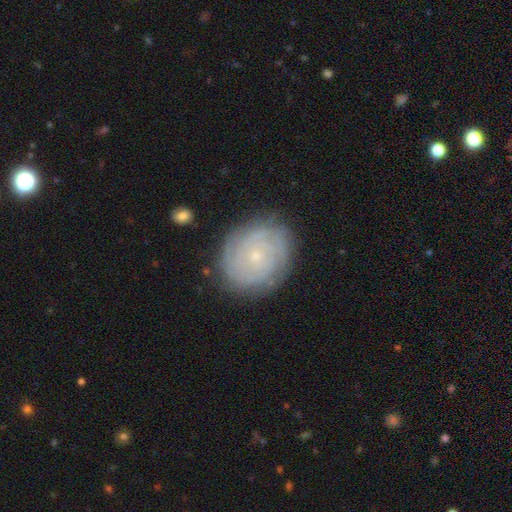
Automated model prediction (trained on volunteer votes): This is likely a featured or disk galaxy (75%). It is clearly not viewed edge-on (97%). Bar: clearly no (83%). Spiral arm pattern: clearly yes (94%). Spiral arm count: marginally can't tell (38%). Spiral winding: clearly tight (84%). Central bulge: clearly small (85%). Merging: clearly none (83%).